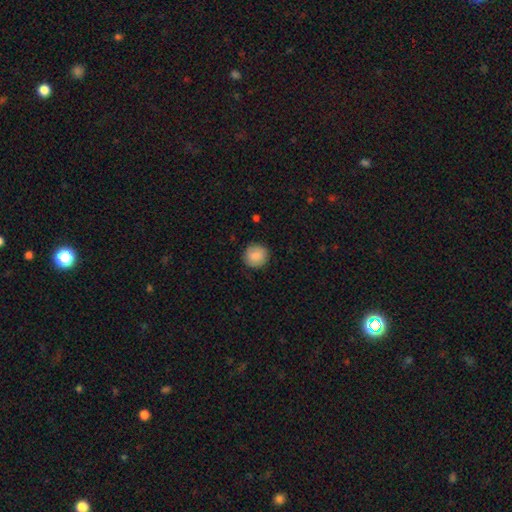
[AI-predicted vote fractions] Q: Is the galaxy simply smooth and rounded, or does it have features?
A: smooth — 86%.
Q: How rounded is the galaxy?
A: round — 92%.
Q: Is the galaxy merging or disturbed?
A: none — 87%.